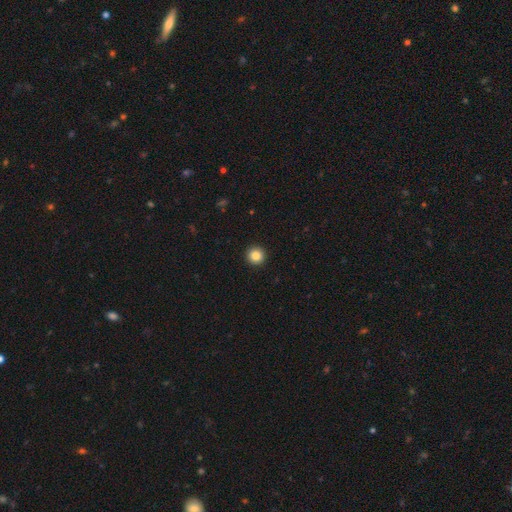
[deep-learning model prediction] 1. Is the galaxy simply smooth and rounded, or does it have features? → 86% smooth, 10% star or artifact, 5% featured or disk.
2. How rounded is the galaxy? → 96% round, 3% in between, 1% cigar-shaped.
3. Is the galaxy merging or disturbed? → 94% none, 4% minor disturbance, 1% major disturbance, 1% merger.